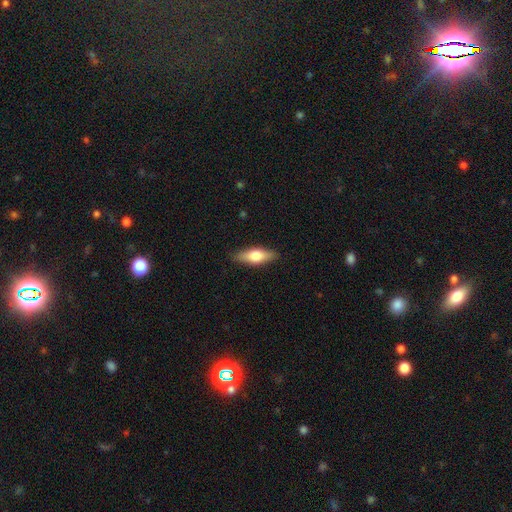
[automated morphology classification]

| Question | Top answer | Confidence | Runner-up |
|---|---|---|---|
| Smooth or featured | smooth | 61% | featured or disk (33%) |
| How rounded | in between | 60% | cigar-shaped (37%) |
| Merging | none | 88% | minor disturbance (9%) |